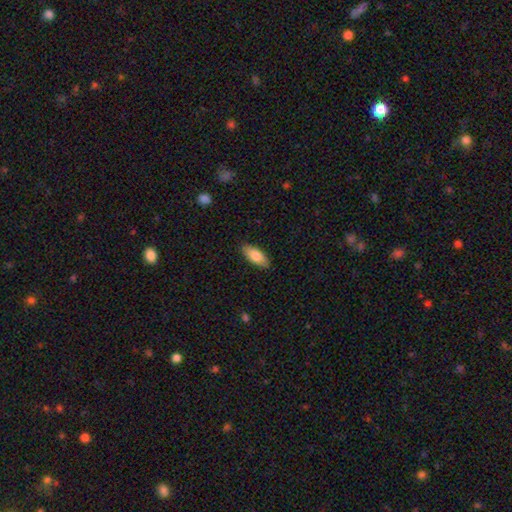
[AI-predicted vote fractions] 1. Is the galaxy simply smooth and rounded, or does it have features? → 80% smooth, 14% featured or disk, 6% star or artifact.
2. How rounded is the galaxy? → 83% in between, 15% cigar-shaped, 2% round.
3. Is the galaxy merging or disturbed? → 88% none, 9% minor disturbance, 2% major disturbance, 1% merger.